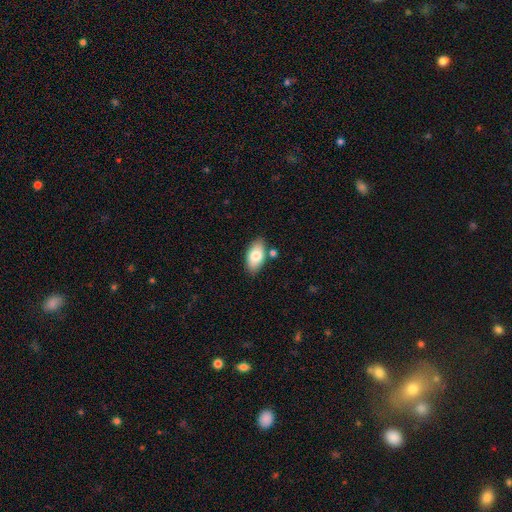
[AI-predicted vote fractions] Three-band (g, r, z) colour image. It shows a smooth galaxy with no disk features (79%) that is in between round and cigar-shaped (93%). Merging: none (79%).